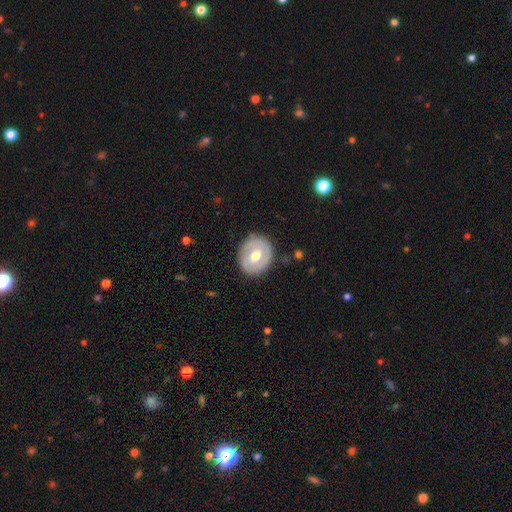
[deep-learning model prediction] Smooth or featured? featured or disk (50%)
Edge-on disk? no (95%)
Merging? none (85%)